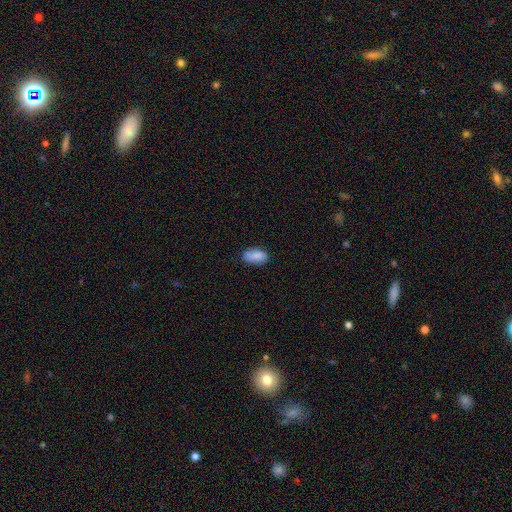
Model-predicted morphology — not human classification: Q: Smooth or featured?
A: smooth (86%); runner-up: star or artifact (7%)
Q: How rounded?
A: in between (92%); runner-up: round (4%)
Q: Merging?
A: none (80%); runner-up: minor disturbance (16%)